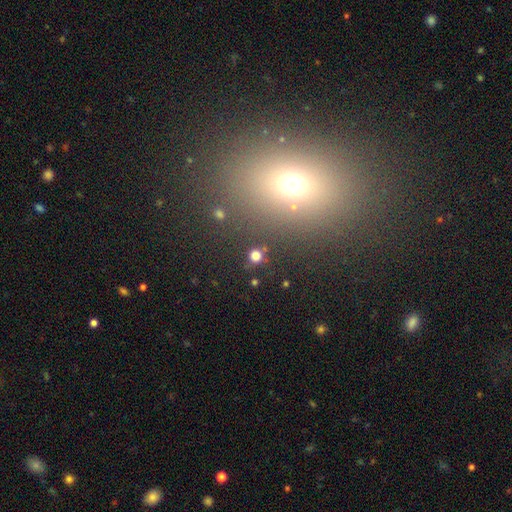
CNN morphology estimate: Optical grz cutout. It shows a smooth galaxy with no disk features (76%) that is round (90%). Merging: none (85%).